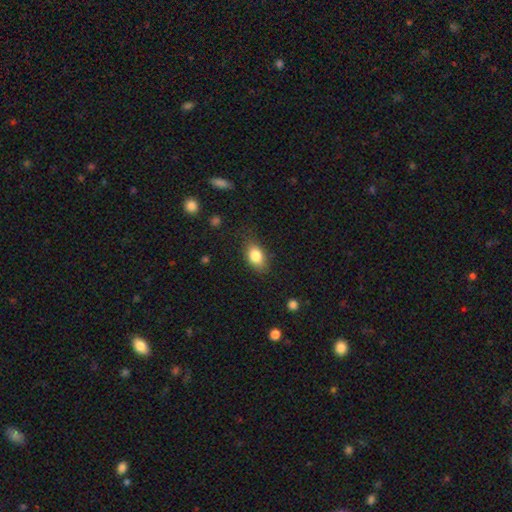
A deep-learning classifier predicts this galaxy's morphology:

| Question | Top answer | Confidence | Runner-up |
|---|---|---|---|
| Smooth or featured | smooth | 84% | featured or disk (8%) |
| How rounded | in between | 85% | round (12%) |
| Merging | none | 79% | minor disturbance (16%) |